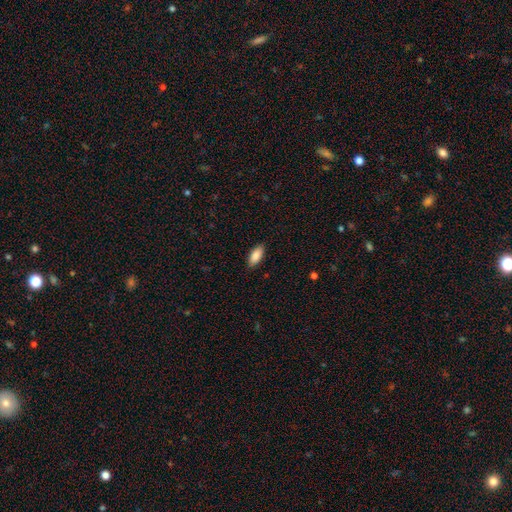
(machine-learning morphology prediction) This appears to be a smooth galaxy with no disk features (88%) that is in between round and cigar-shaped (87%). Merging: none (88%).